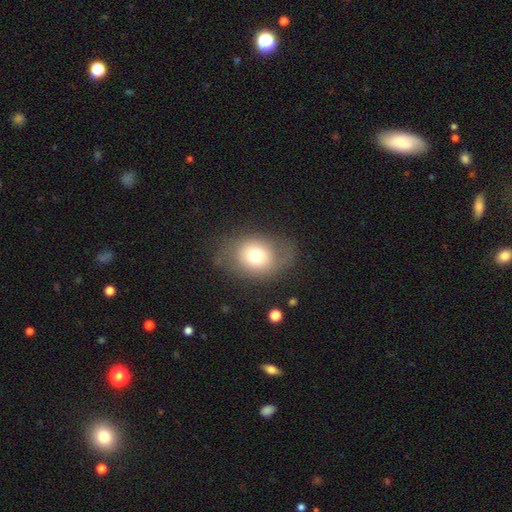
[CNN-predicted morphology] Smooth or featured? Predicted: smooth (p=0.69). How rounded? Predicted: in between (p=0.55). Merging? Predicted: none (p=0.66).